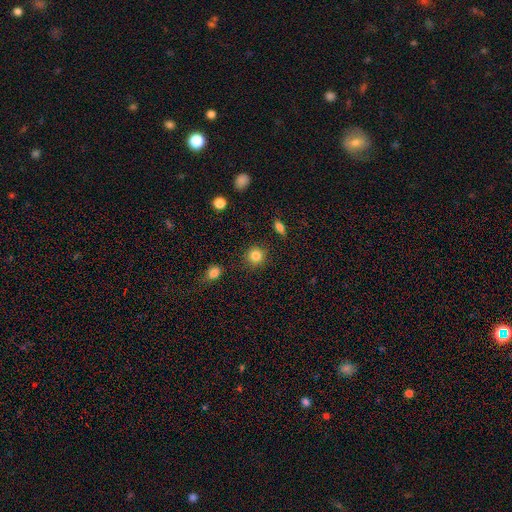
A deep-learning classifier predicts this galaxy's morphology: Smooth or featured?
  - smooth: 85% *
  - star or artifact: 10%
  - featured or disk: 5%
How rounded?
  - round: 91% *
  - in between: 8%
  - cigar-shaped: 1%
Merging?
  - none: 88% *
  - minor disturbance: 7%
  - major disturbance: 2%
  - merger: 2%